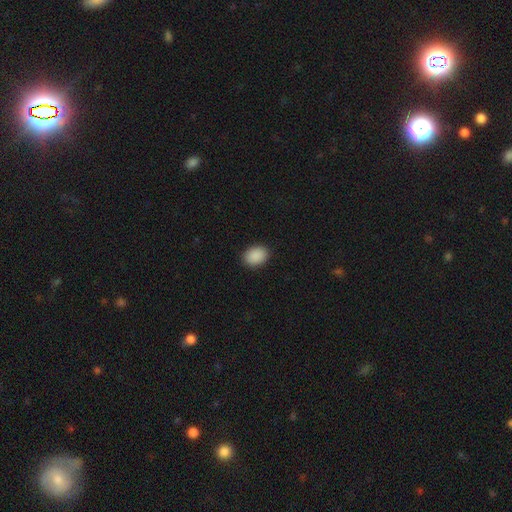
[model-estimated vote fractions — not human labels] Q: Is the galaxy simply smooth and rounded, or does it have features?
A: smooth — 90%.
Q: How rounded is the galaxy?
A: in between — 76%.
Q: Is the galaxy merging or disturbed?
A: none — 90%.